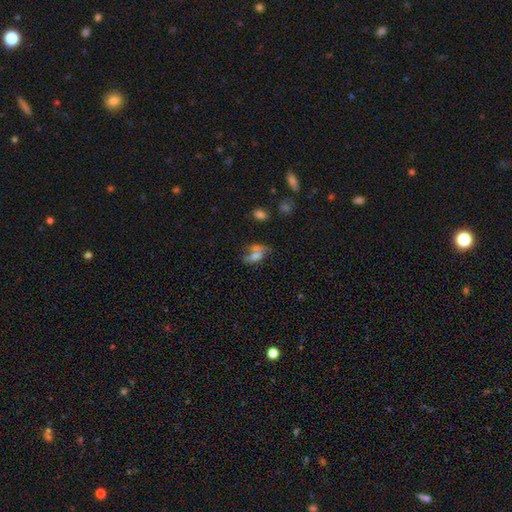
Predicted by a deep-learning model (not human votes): A smooth galaxy with no disk features (54%) that is in between round and cigar-shaped (81%).

Vote fractions:
- Smooth or featured? smooth: 54% / featured or disk: 31% / star or artifact: 15%
- How rounded? in between: 81% / round: 13% / cigar-shaped: 6%
- Merging? none: 31% / merger: 27% / major disturbance: 23% / minor disturbance: 20%